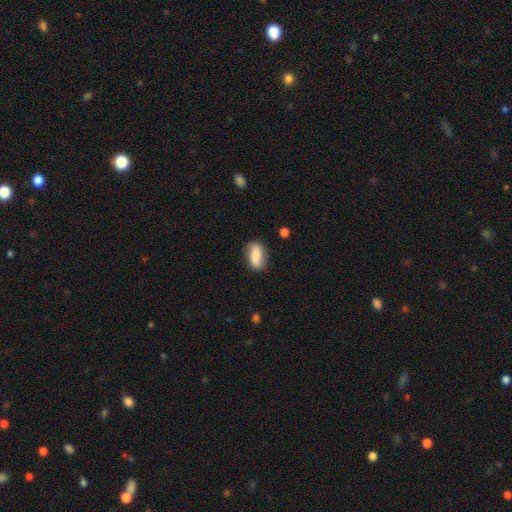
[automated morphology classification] Smooth or featured?
  - smooth: 68% *
  - featured or disk: 25%
  - star or artifact: 7%
How rounded?
  - in between: 84% *
  - cigar-shaped: 8%
  - round: 8%
Merging?
  - none: 77% *
  - minor disturbance: 17%
  - major disturbance: 4%
  - merger: 2%